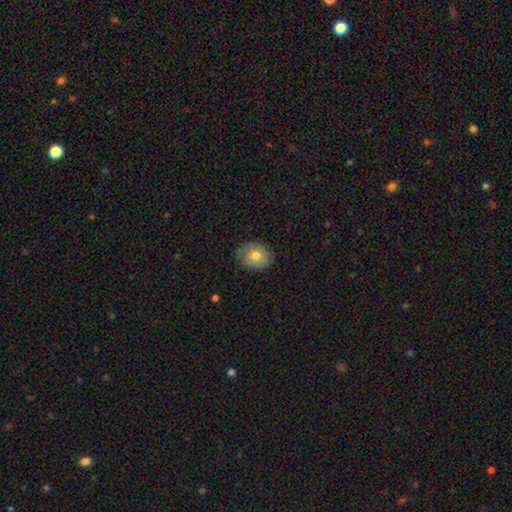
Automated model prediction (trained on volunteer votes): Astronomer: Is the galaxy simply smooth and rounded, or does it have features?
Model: smooth — 73%.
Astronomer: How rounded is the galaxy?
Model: round — 51% (runner-up: in between, 48%).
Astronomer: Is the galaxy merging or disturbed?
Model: none — 78%.